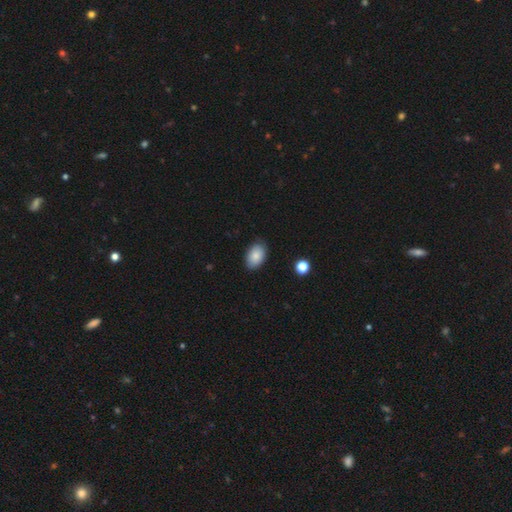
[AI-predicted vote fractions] smooth-or-featured: smooth: 85% | featured or disk: 7% | star or artifact: 7%
  how-rounded: in between: 89% | round: 9% | cigar-shaped: 1%
  merging: none: 84% | minor disturbance: 12% | major disturbance: 2% | merger: 1%